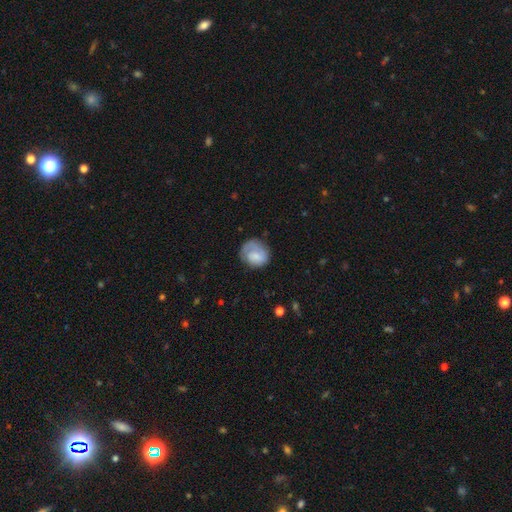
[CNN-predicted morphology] Overall: smooth (67%). How rounded: round (74%). Merging: none (61%; minor disturbance 24%).